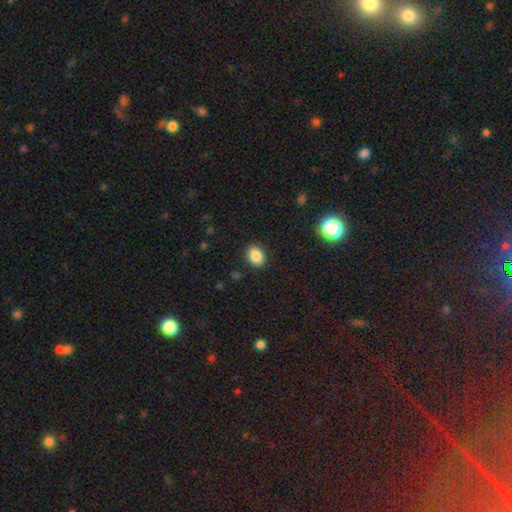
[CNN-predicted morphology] Smooth or featured: smooth — 86% (star or artifact — 10%)
How rounded: in between — 72% (round — 27%)
Merging: none — 88% (minor disturbance — 8%)